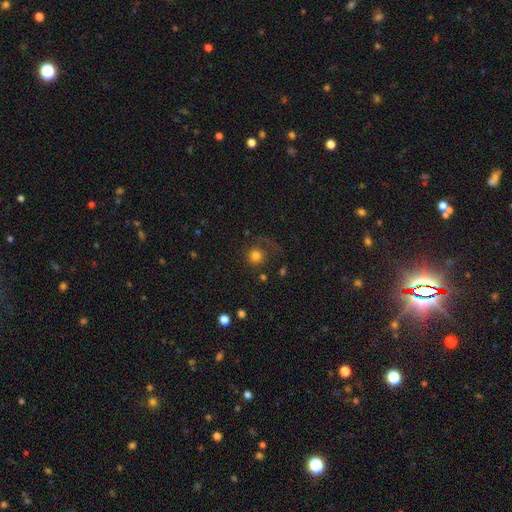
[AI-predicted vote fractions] Morphology: type=smooth (76%); roundness=round (91%); merging=none (61%).